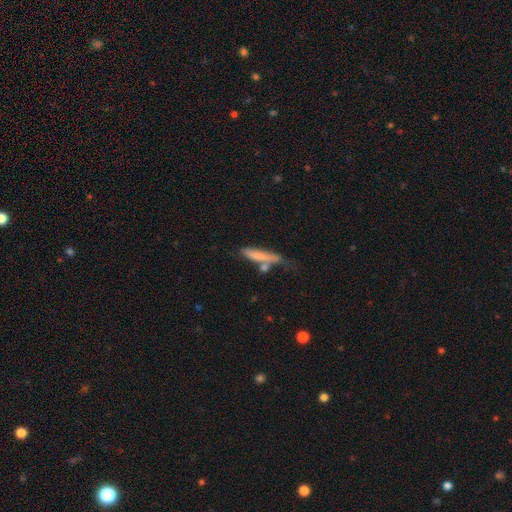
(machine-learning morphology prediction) smooth 63%, featured or disk 28%, star or artifact 9%. Down the decision tree: how rounded — cigar-shaped (88%); merging — none (49%).